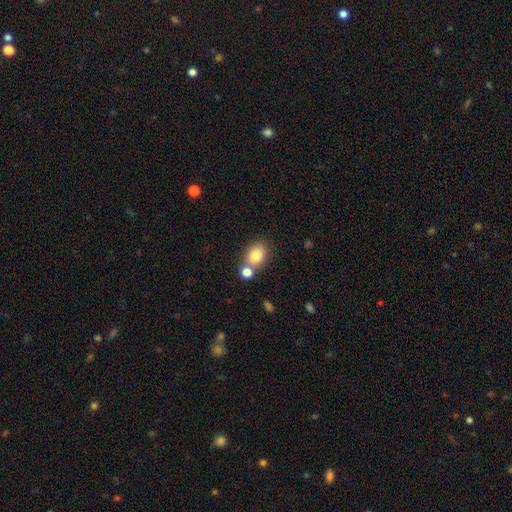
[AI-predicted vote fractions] Smooth or featured?
  - smooth: 81% *
  - featured or disk: 10%
  - star or artifact: 9%
How rounded?
  - in between: 59% *
  - round: 40%
  - cigar-shaped: 1%
Merging?
  - none: 56% *
  - merger: 30%
  - minor disturbance: 11%
  - major disturbance: 4%